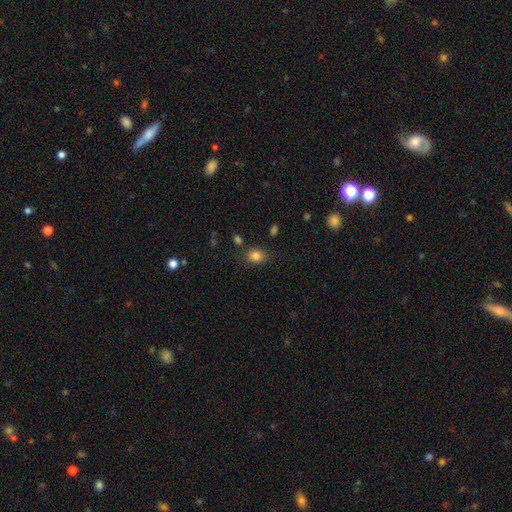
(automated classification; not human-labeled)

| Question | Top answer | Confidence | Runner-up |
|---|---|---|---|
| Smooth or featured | smooth | 83% | star or artifact (11%) |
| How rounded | round | 54% | in between (45%) |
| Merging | none | 79% | minor disturbance (14%) |